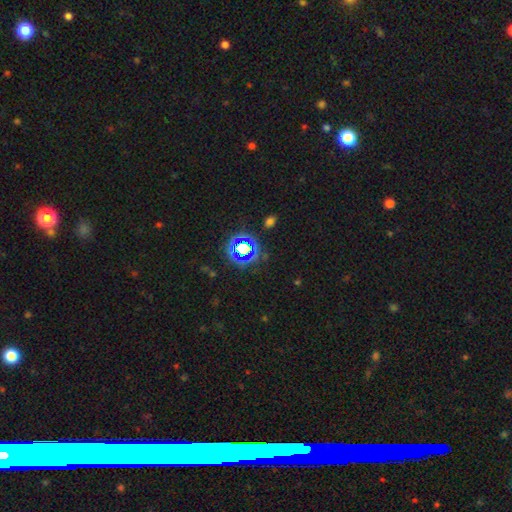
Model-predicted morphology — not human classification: Q: Smooth or featured?
A: star or artifact (73%); runner-up: smooth (19%)